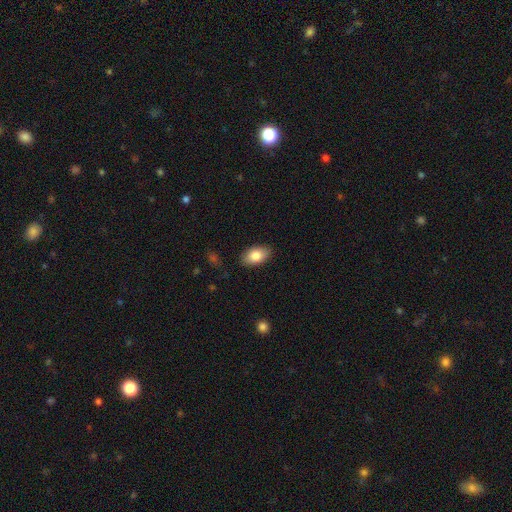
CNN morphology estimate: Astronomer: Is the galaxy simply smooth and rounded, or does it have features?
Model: smooth — 82%.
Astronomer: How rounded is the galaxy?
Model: in between — 92%.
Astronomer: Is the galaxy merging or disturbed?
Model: none — 86%.